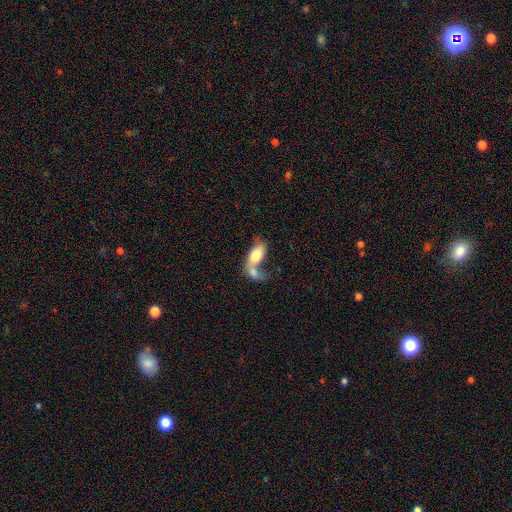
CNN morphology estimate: Smooth or featured: smooth — 69% (featured or disk — 24%)
How rounded: in between — 86% (cigar-shaped — 8%)
Merging: merger — 71% (none — 14%)